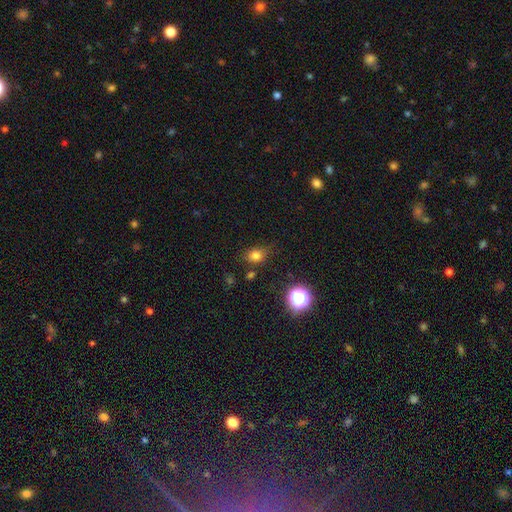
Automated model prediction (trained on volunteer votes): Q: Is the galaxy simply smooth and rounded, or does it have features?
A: smooth — 76%.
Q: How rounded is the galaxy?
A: in between — 50%.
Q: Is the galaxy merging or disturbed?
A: none — 72%.